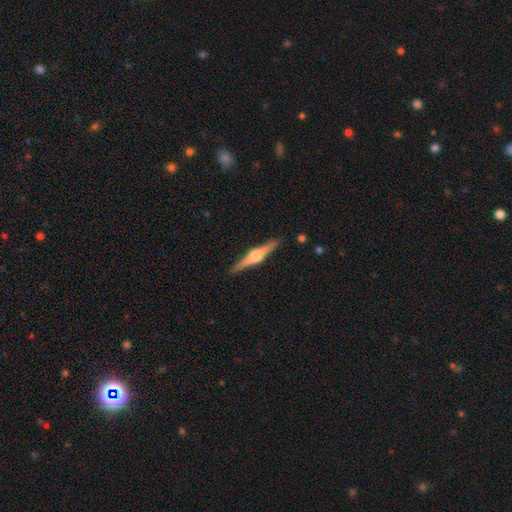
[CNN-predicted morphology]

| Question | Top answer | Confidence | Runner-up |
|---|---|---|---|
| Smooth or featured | featured or disk | 81% | smooth (14%) |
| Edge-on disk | yes | 98% | no (2%) |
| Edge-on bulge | rounded | 93% | boxy (5%) |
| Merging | none | 91% | minor disturbance (7%) |